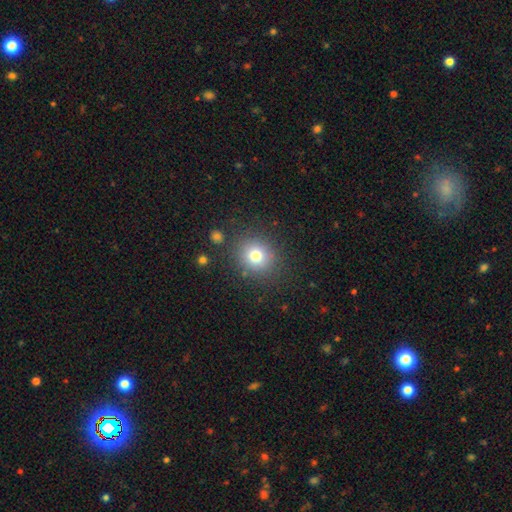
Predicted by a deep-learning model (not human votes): A smooth galaxy with no disk features (76%) that is round (85%). Merging: none (85%).